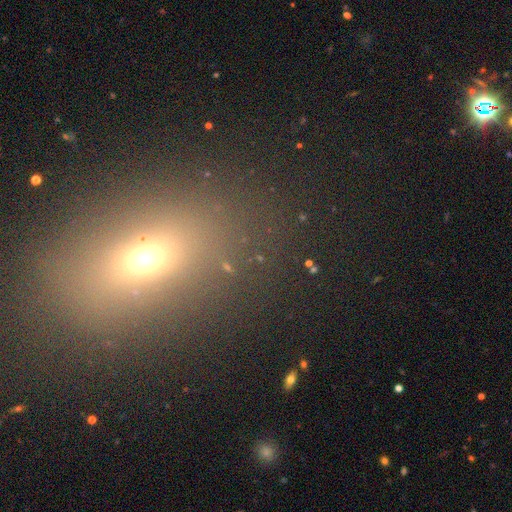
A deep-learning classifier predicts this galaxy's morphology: This is possibly a smooth galaxy (53%). How rounded: likely in between (63%). Merging: clearly none (80%).